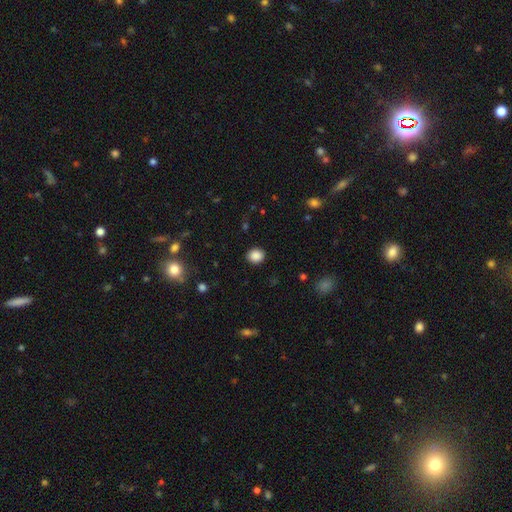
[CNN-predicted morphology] type=smooth (87%); roundness=round (69%); merging=none (89%).